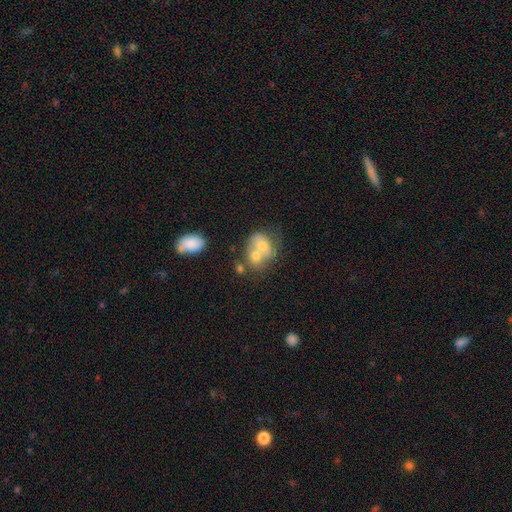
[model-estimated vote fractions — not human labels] smooth 63%, featured or disk 28%, star or artifact 9%. Down the decision tree: how rounded — round (51%); merging — merger (67%).